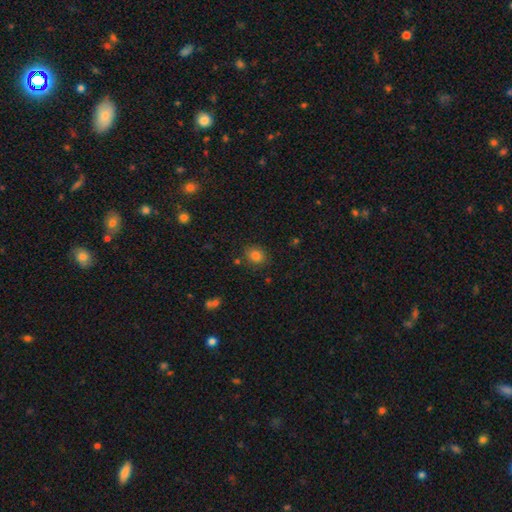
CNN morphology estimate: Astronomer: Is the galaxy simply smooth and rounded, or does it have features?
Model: smooth — 82%.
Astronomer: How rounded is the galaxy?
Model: round — 66%.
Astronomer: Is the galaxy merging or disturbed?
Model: none — 84%.